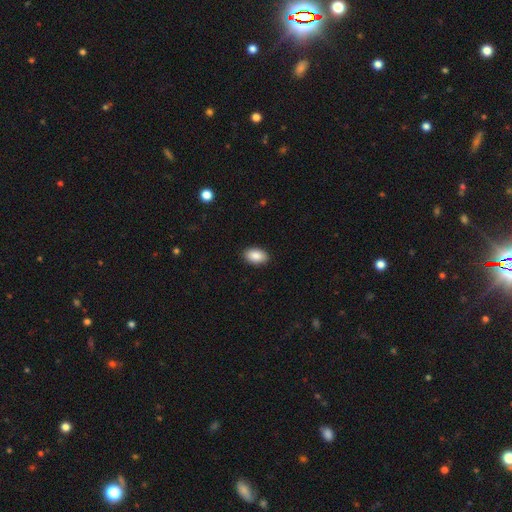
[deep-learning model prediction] Smooth or featured? smooth (89%)
How rounded? in between (92%)
Merging? none (90%)